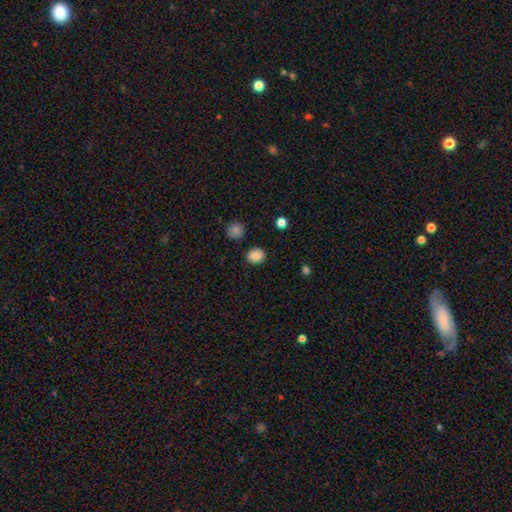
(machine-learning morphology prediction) smooth 85%, star or artifact 10%, featured or disk 5%. Down the decision tree: how rounded — round (76%); merging — none (89%).